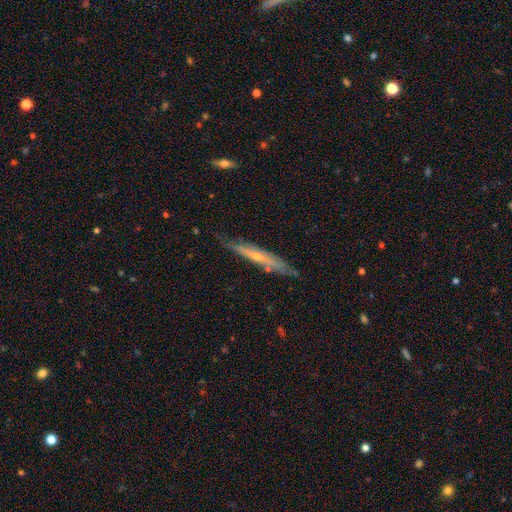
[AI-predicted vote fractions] smooth-or-featured: featured or disk: 62% | smooth: 31% | star or artifact: 7%
  disk-edge-on: yes: 87% | no: 13%
    edge-on-bulge: rounded: 52% | none: 44% | boxy: 4%
  merging: none: 78% | minor disturbance: 18% | major disturbance: 3% | merger: 2%